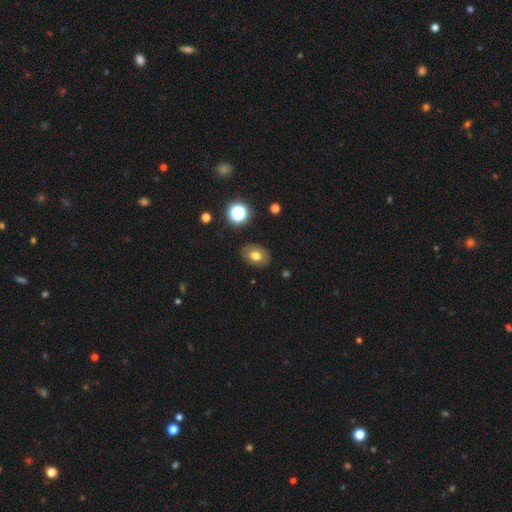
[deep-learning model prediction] This appears to be a smooth galaxy with no disk features (70%) that is in between round and cigar-shaped (69%). Merging: none (84%).